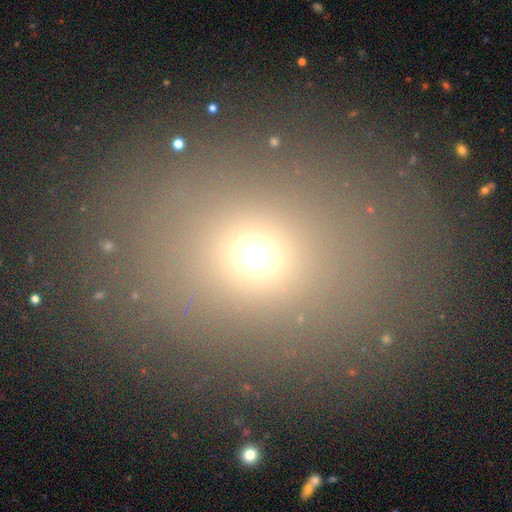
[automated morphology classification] smooth_or_featured: smooth (p=0.64) [alt: star or artifact p=0.25]
how_rounded: round (p=0.61) [alt: in between p=0.37]
merging: none (p=0.78) [alt: minor disturbance p=0.11]